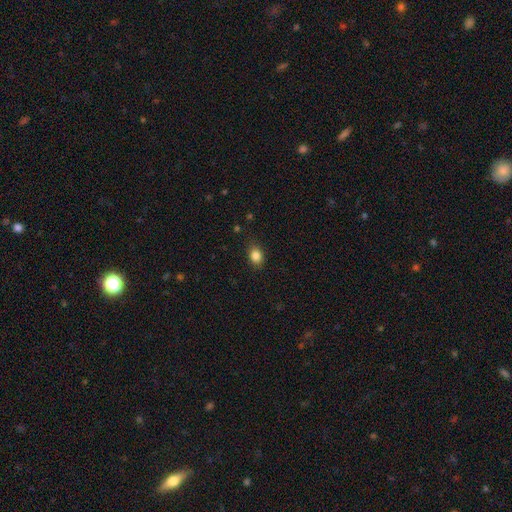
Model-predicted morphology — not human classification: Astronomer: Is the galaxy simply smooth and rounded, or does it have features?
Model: smooth — 85%.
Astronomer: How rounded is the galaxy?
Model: in between — 63%.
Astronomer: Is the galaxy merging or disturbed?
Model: none — 83%.